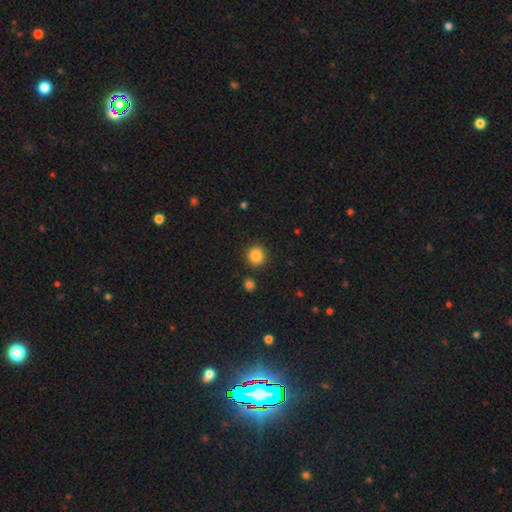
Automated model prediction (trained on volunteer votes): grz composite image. It shows a smooth galaxy with no disk features (86%) that is round (92%). Merging: none (89%).